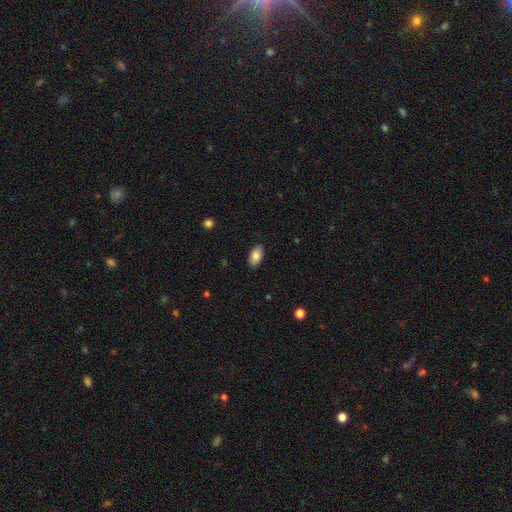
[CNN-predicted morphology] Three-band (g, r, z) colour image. It shows a smooth galaxy with no disk features (85%) that is in between round and cigar-shaped (94%). Merging: none (88%).